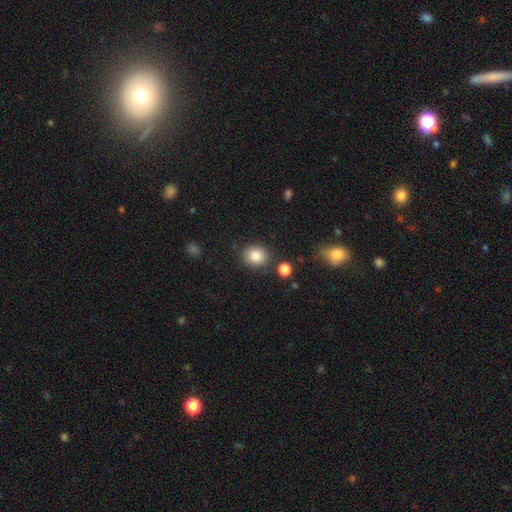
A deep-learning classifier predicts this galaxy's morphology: Smooth or featured? Predicted: smooth (p=0.85). How rounded? Predicted: round (p=0.73). Merging? Predicted: none (p=0.82).